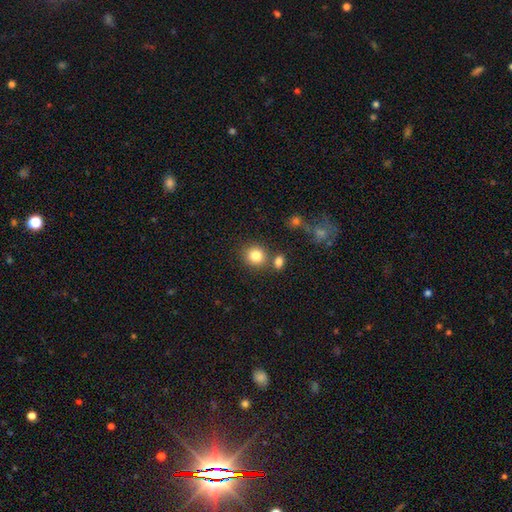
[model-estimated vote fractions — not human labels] smooth-or-featured: smooth: 83% | star or artifact: 11% | featured or disk: 6%
  how-rounded: round: 84% | in between: 15% | cigar-shaped: 1%
  merging: none: 72% | merger: 15% | minor disturbance: 9% | major disturbance: 3%